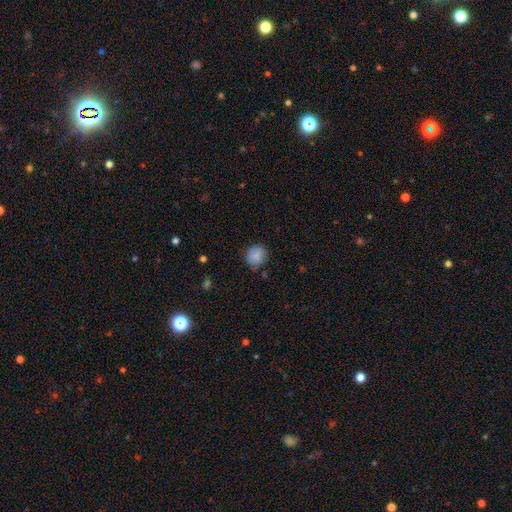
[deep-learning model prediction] smooth_or_featured: smooth (p=0.85) [alt: star or artifact p=0.08]
how_rounded: round (p=0.85) [alt: in between p=0.14]
merging: none (p=0.75) [alt: minor disturbance p=0.19]